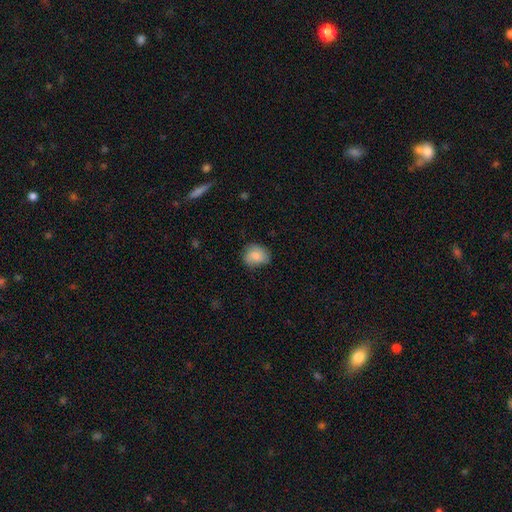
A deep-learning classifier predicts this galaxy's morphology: Smooth or featured: smooth — 83% (featured or disk — 10%)
How rounded: round — 59% (in between — 40%)
Merging: none — 70% (minor disturbance — 24%)